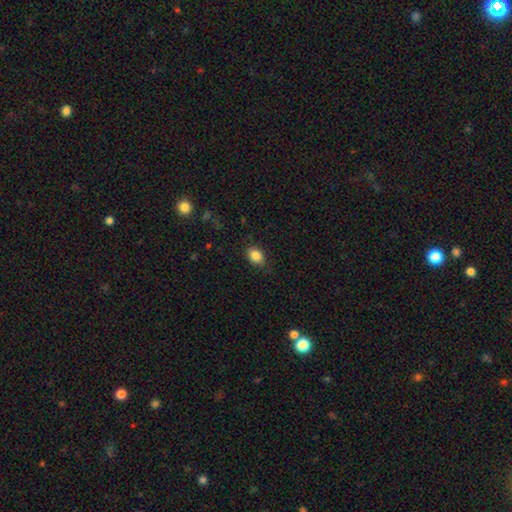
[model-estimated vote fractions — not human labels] smooth_or_featured: smooth (p=0.85) [alt: star or artifact p=0.09]
how_rounded: in between (p=0.77) [alt: round p=0.22]
merging: none (p=0.82) [alt: minor disturbance p=0.14]